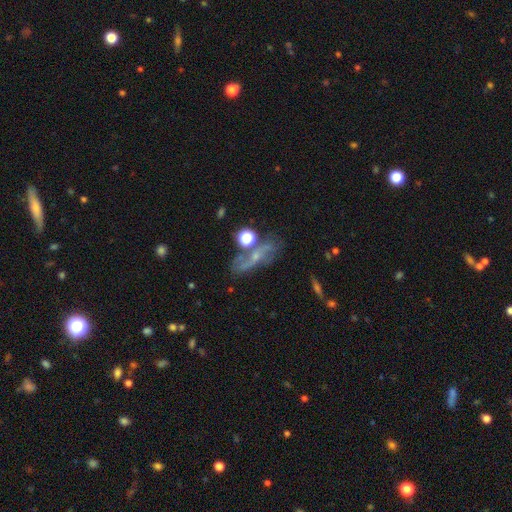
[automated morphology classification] Q: Smooth or featured?
A: featured or disk (50%); runner-up: smooth (32%)
Q: Merging?
A: none (52%); runner-up: minor disturbance (20%)